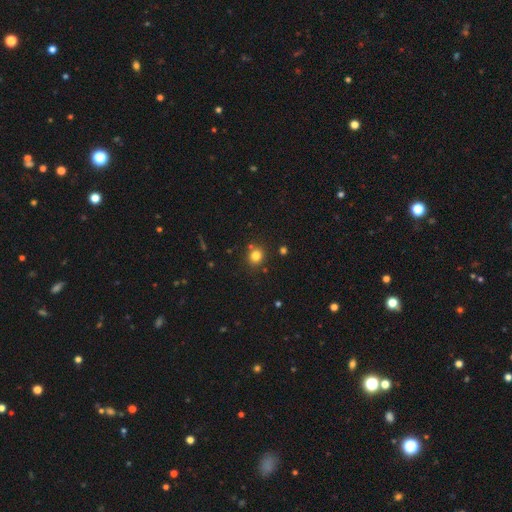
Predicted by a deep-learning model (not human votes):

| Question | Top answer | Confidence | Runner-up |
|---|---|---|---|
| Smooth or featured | smooth | 80% | star or artifact (14%) |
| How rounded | round | 80% | in between (19%) |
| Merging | none | 80% | minor disturbance (10%) |